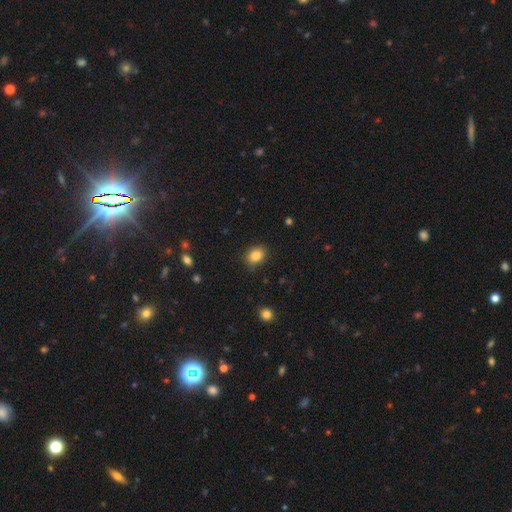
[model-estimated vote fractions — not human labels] Smooth or featured?
  - smooth: 85% *
  - star or artifact: 10%
  - featured or disk: 6%
How rounded?
  - in between: 62% *
  - round: 37%
  - cigar-shaped: 1%
Merging?
  - none: 85% *
  - minor disturbance: 12%
  - major disturbance: 3%
  - merger: 1%